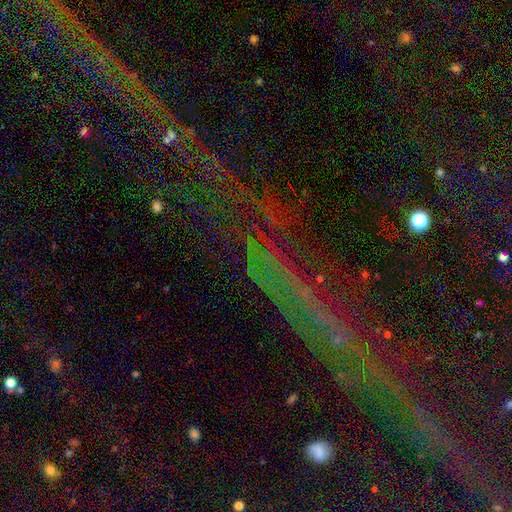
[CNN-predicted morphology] Smooth or featured? Predicted: star or artifact (p=0.67).